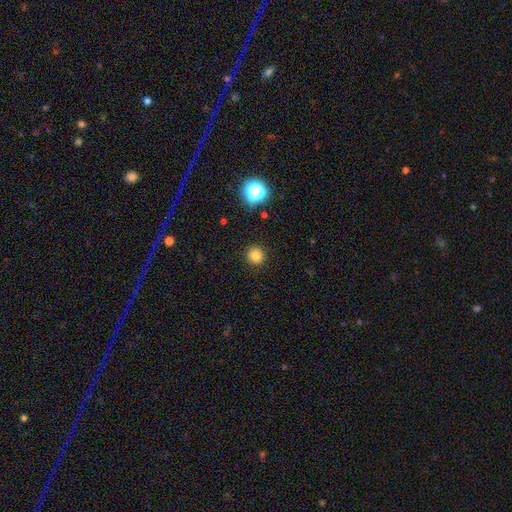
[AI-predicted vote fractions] Overall: smooth (80%). How rounded: round (94%). Merging: none (91%).